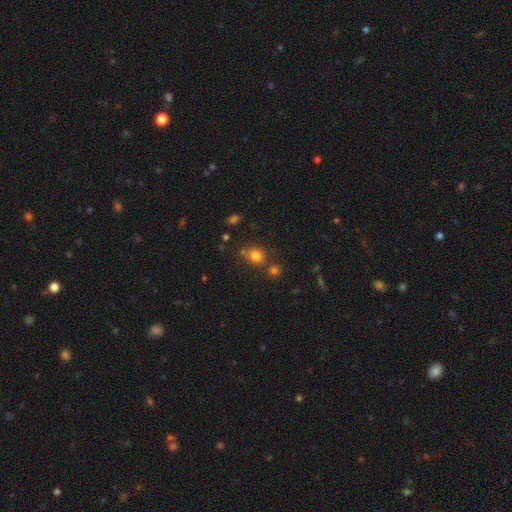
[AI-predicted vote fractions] Smooth or featured?
  - smooth: 77% *
  - star or artifact: 16%
  - featured or disk: 8%
How rounded?
  - round: 73% *
  - in between: 26%
  - cigar-shaped: 1%
Merging?
  - none: 65% *
  - merger: 18%
  - minor disturbance: 12%
  - major disturbance: 5%